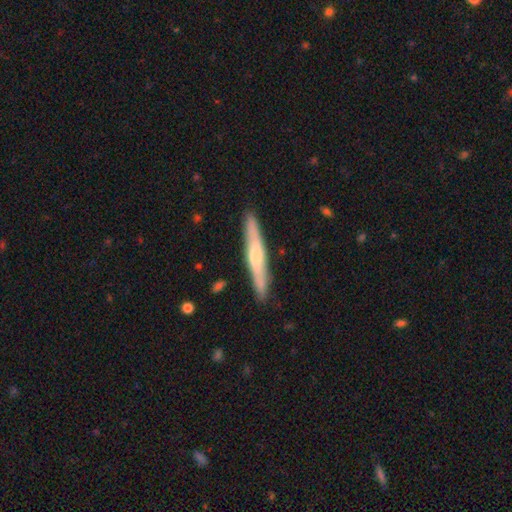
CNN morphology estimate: featured or disk 49%, smooth 46%, star or artifact 5%. Down the decision tree: merging — none (89%).